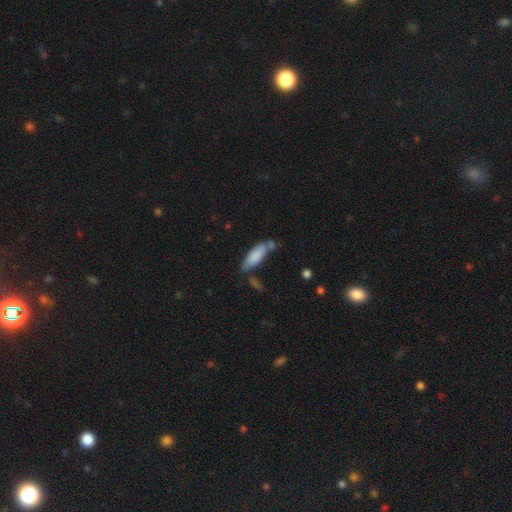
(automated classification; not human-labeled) This is clearly a smooth galaxy (83%). How rounded: likely in between (61%). Merging: possibly none (57%).